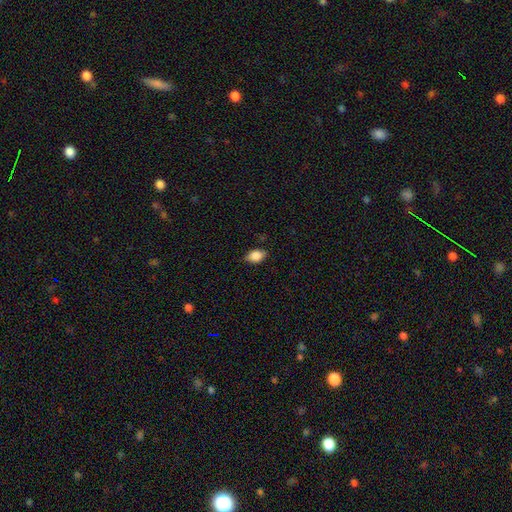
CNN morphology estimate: smooth_or_featured: smooth (p=0.85) [alt: star or artifact p=0.08]
how_rounded: in between (p=0.84) [alt: round p=0.14]
merging: none (p=0.81) [alt: minor disturbance p=0.16]